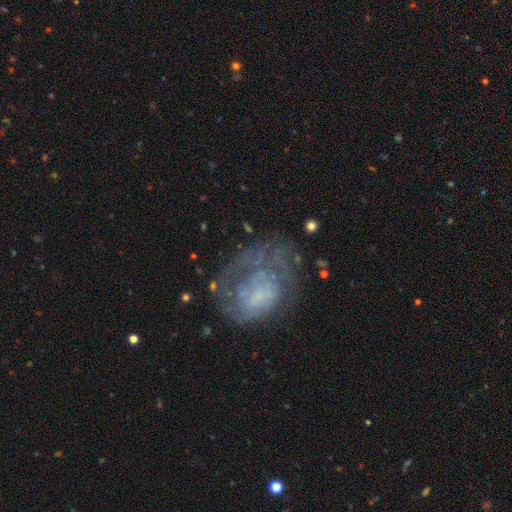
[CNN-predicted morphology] Q: Smooth or featured?
A: featured or disk (56%); runner-up: smooth (27%)
Q: Edge-on disk?
A: no (96%); runner-up: yes (4%)
Q: Bar?
A: no (73%); runner-up: weak (22%)
Q: Spiral arms?
A: yes (51%); runner-up: no (49%)
Q: Bulge size?
A: none (47%); runner-up: small (26%)
Q: Merging?
A: none (49%); runner-up: major disturbance (28%)